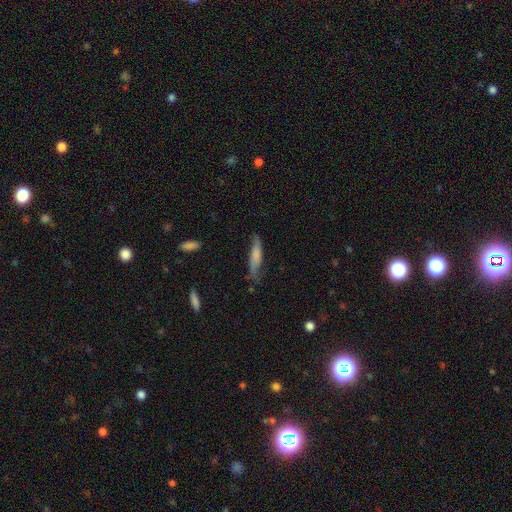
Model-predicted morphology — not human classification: Smooth or featured?
  - smooth: 57% *
  - featured or disk: 36%
  - star or artifact: 7%
How rounded?
  - cigar-shaped: 78% *
  - in between: 20%
  - round: 2%
Merging?
  - none: 60% *
  - minor disturbance: 29%
  - major disturbance: 9%
  - merger: 2%